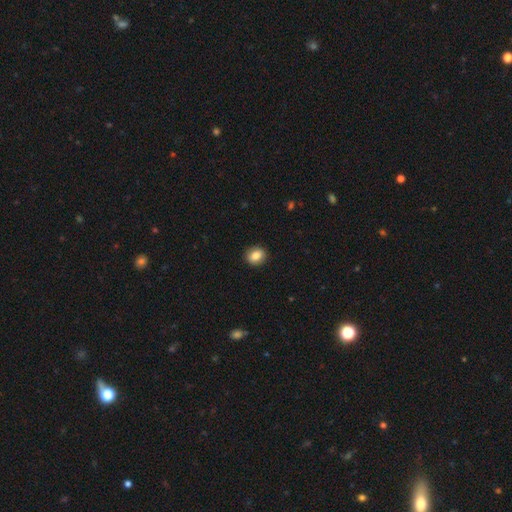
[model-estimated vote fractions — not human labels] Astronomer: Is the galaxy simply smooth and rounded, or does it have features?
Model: smooth — 84%.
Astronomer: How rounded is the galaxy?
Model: round — 60% (runner-up: in between, 39%).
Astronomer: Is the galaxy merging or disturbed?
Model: none — 90%.